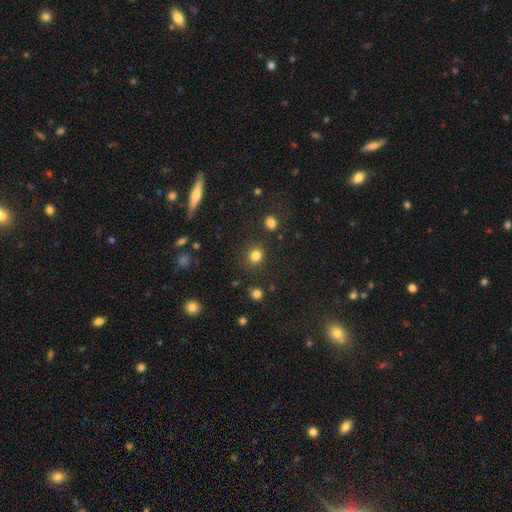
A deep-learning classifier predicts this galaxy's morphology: A smooth galaxy with no disk features (82%) that is round (81%). Merging: none (86%).